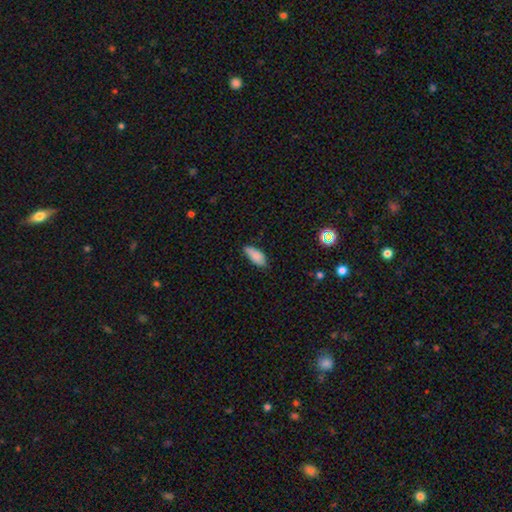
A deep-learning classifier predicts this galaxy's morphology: smooth_or_featured: smooth (p=0.85) [alt: star or artifact p=0.08]
how_rounded: in between (p=0.83) [alt: cigar-shaped p=0.15]
merging: none (p=0.64) [alt: minor disturbance p=0.29]